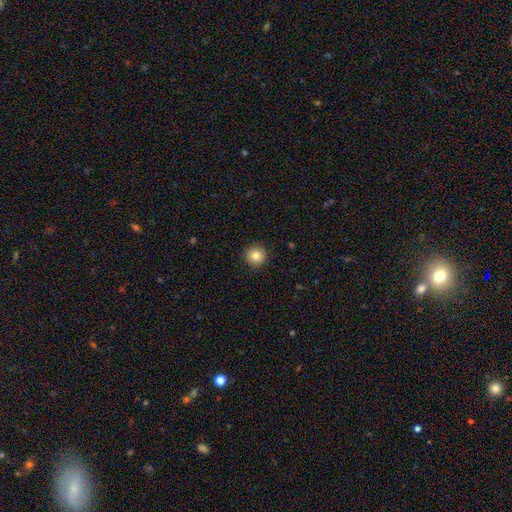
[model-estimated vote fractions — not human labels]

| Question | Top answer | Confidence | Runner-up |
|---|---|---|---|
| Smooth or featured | smooth | 83% | star or artifact (10%) |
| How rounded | round | 94% | in between (5%) |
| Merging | none | 92% | minor disturbance (5%) |